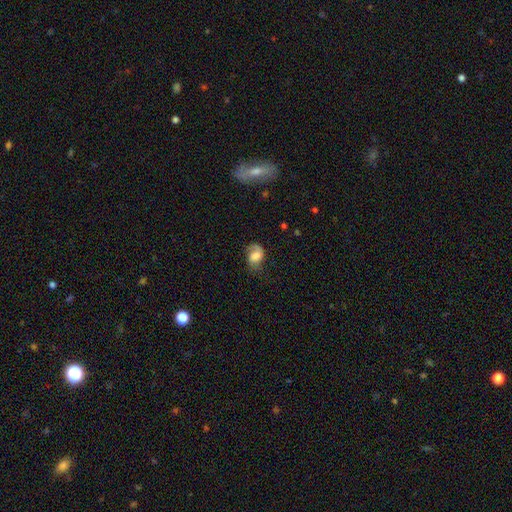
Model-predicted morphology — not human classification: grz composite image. It shows a smooth galaxy with no disk features (54%) that is in between round and cigar-shaped (74%). Merging: none (42%).